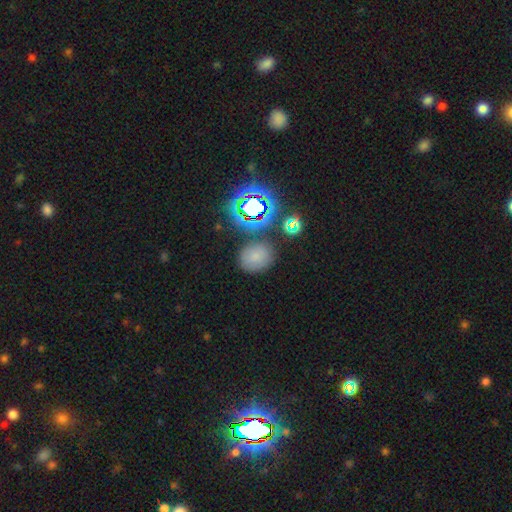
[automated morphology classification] smooth 67%, star or artifact 22%, featured or disk 11%. Down the decision tree: how rounded — round (61%); merging — none (78%).